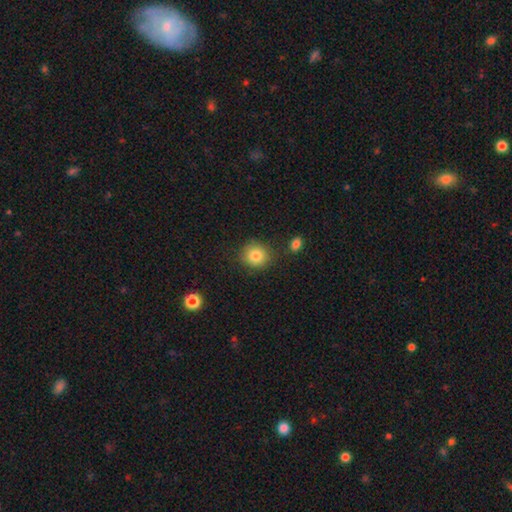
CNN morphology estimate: smooth 83%, star or artifact 10%, featured or disk 7%. Down the decision tree: how rounded — round (87%); merging — none (82%).